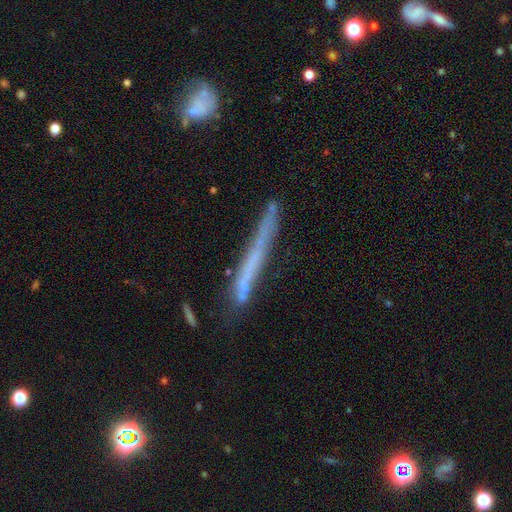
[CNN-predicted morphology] Smooth or featured?
  - featured or disk: 45% *
  - smooth: 43%
  - star or artifact: 12%
Merging?
  - none: 62% *
  - minor disturbance: 20%
  - merger: 11%
  - major disturbance: 8%